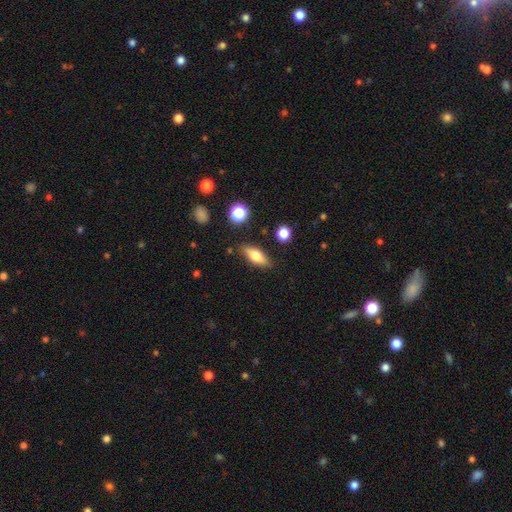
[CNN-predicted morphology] smooth 56%, featured or disk 36%, star or artifact 8%. Down the decision tree: how rounded — in between (59%); merging — none (83%).